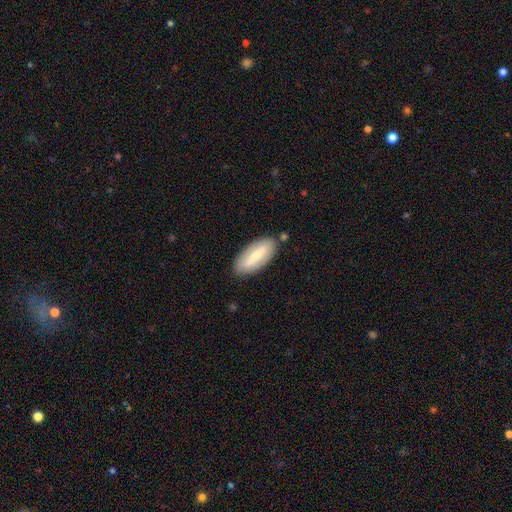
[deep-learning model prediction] smooth 57%, featured or disk 37%, star or artifact 6%. Down the decision tree: how rounded — in between (76%); merging — none (84%).